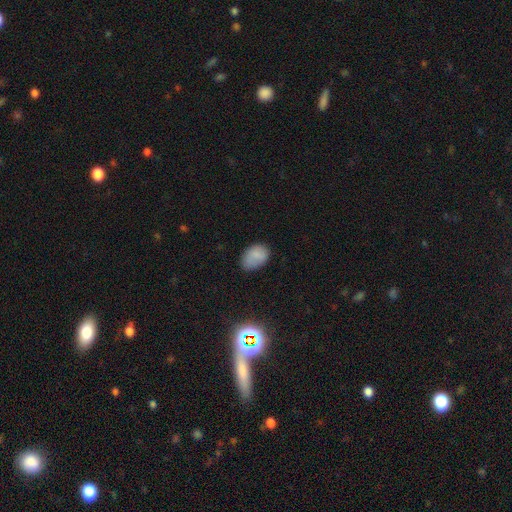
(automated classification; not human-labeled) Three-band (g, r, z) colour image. It shows a smooth galaxy with no disk features (82%) that is in between round and cigar-shaped (84%). Merging: none (63%).